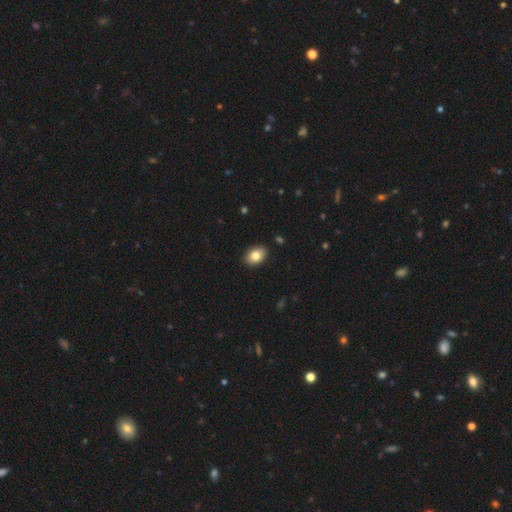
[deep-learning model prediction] Q: Smooth or featured?
A: smooth (82%); runner-up: featured or disk (10%)
Q: How rounded?
A: in between (84%); runner-up: round (15%)
Q: Merging?
A: none (89%); runner-up: minor disturbance (8%)